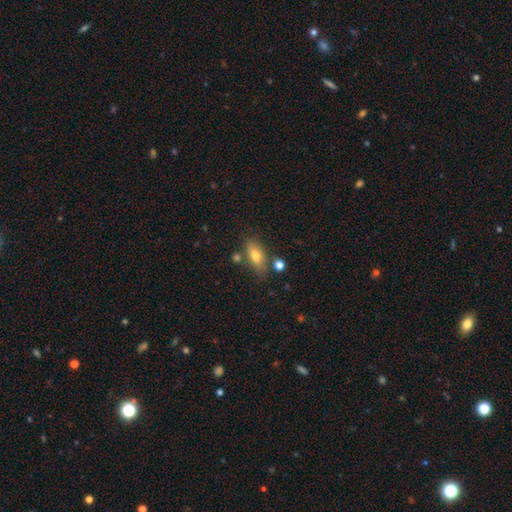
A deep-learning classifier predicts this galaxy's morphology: A smooth galaxy with no disk features (64%) that is in between round and cigar-shaped (71%).

Vote fractions:
- Smooth or featured? smooth: 64% / featured or disk: 27% / star or artifact: 9%
- How rounded? in between: 71% / cigar-shaped: 23% / round: 6%
- Merging? none: 73% / minor disturbance: 14% / merger: 9% / major disturbance: 4%